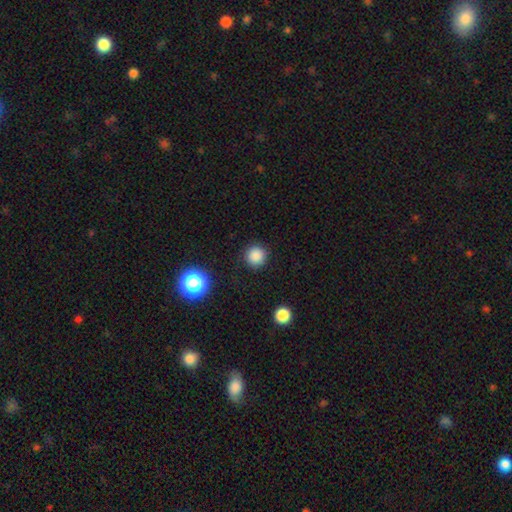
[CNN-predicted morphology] smooth 85%, star or artifact 12%, featured or disk 3%. Down the decision tree: how rounded — round (95%); merging — none (91%).